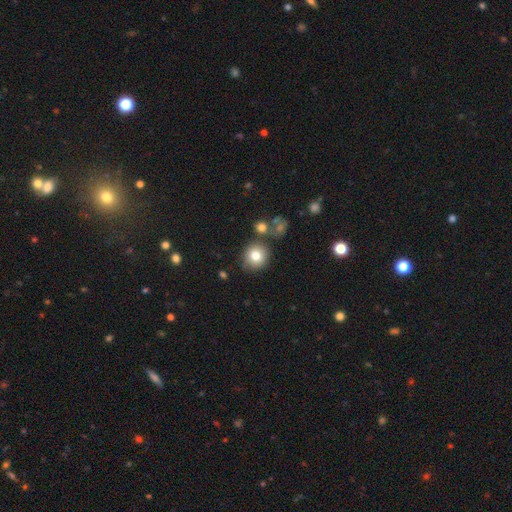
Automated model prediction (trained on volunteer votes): smooth-or-featured: smooth: 79% | star or artifact: 11% | featured or disk: 10%
  how-rounded: round: 89% | in between: 10% | cigar-shaped: 1%
  merging: none: 77% | minor disturbance: 11% | merger: 8% | major disturbance: 4%